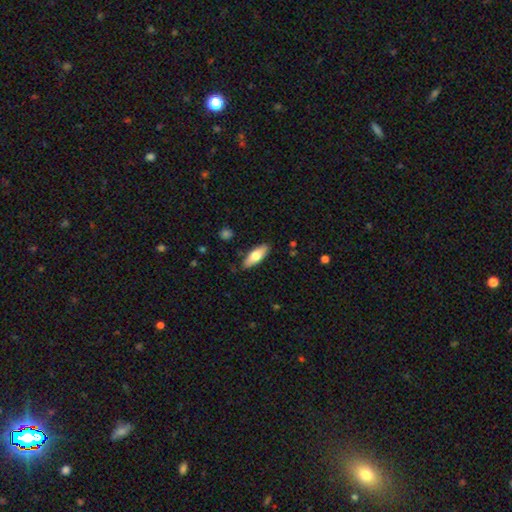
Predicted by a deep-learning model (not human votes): Smooth or featured?
  - smooth: 66% *
  - featured or disk: 28%
  - star or artifact: 5%
How rounded?
  - in between: 66% *
  - cigar-shaped: 31%
  - round: 2%
Merging?
  - none: 87% *
  - minor disturbance: 10%
  - major disturbance: 2%
  - merger: 1%